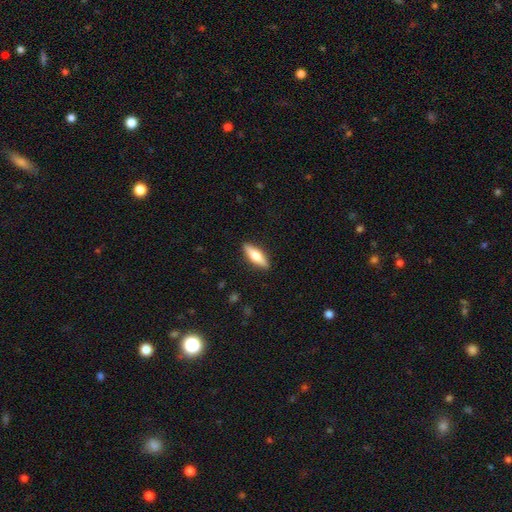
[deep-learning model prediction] smooth-or-featured: smooth: 52% | featured or disk: 42% | star or artifact: 5%
  how-rounded: cigar-shaped: 56% | in between: 42% | round: 2%
  merging: none: 90% | minor disturbance: 7% | major disturbance: 2% | merger: 1%